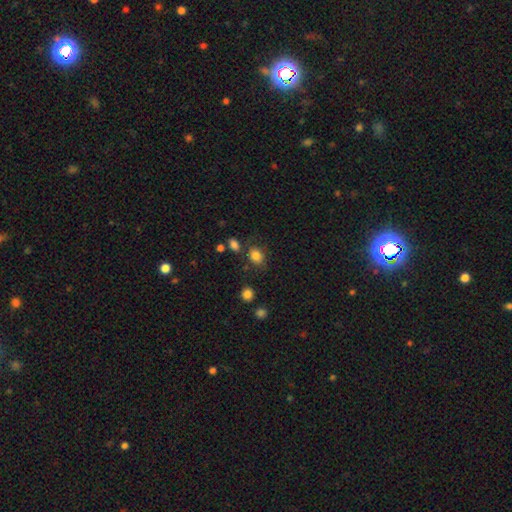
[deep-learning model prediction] Smooth or featured? smooth (82%)
How rounded? round (51%)
Merging? none (72%)